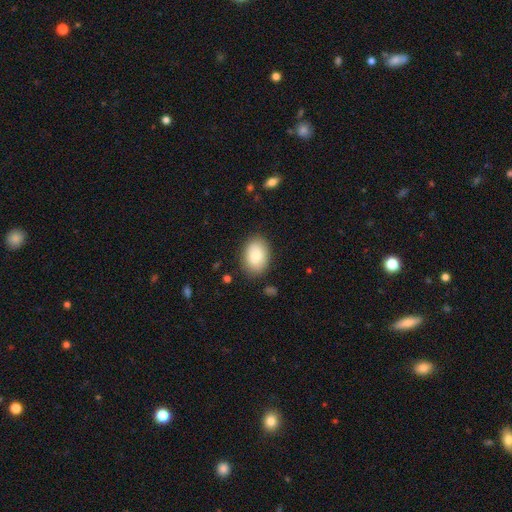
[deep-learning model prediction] This is clearly a smooth galaxy (81%). How rounded: clearly in between (83%). Merging: clearly none (84%).